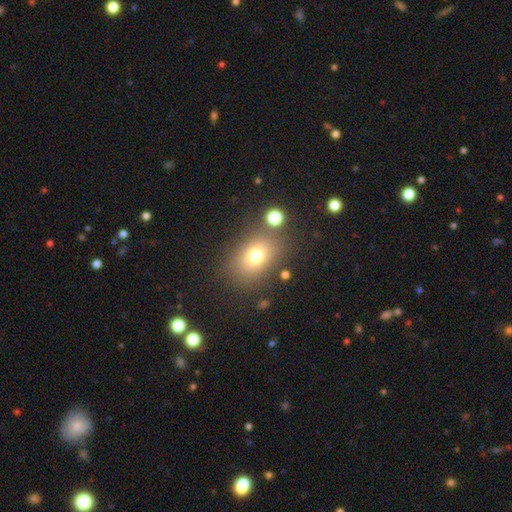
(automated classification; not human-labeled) This is likely a smooth galaxy (73%). How rounded: likely in between (66%). Merging: likely none (77%).